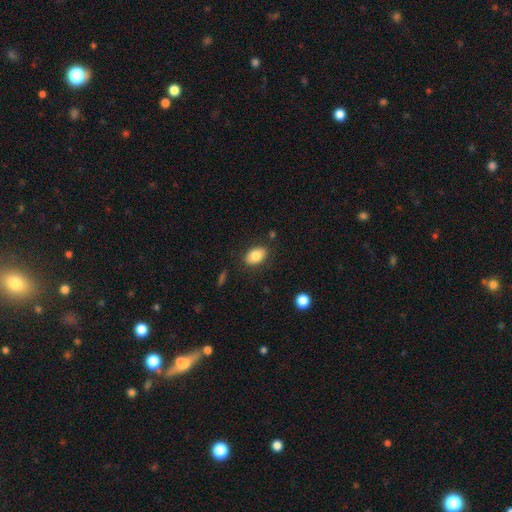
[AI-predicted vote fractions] Smooth or featured? Predicted: smooth (p=0.82). How rounded? Predicted: in between (p=0.85). Merging? Predicted: none (p=0.83).